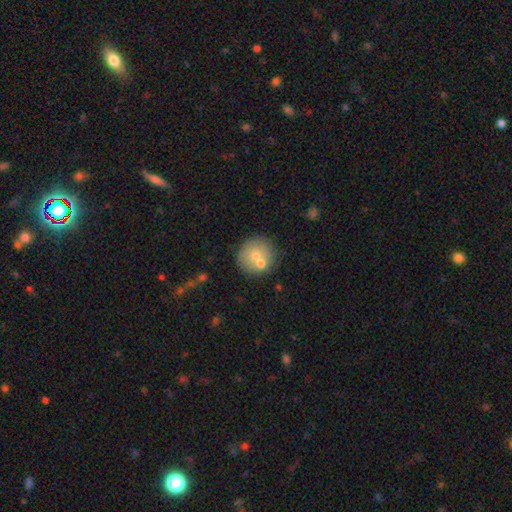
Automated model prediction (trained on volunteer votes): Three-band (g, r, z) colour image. It shows a smooth galaxy with no disk features (67%) that is round (92%). Merging: none (64%).